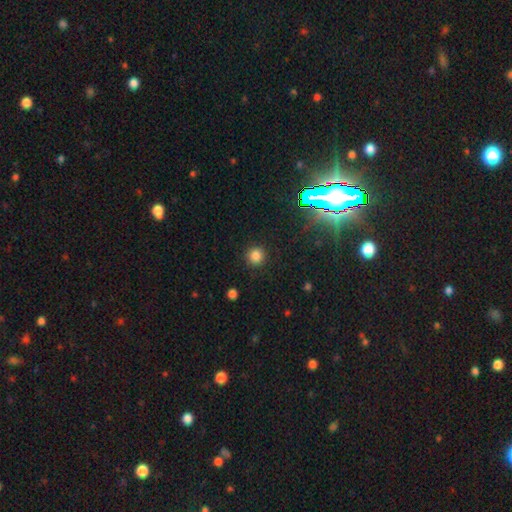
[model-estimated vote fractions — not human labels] A smooth galaxy with no disk features (82%) that is round (93%).

Vote fractions:
- Smooth or featured? smooth: 82% / star or artifact: 14% / featured or disk: 4%
- How rounded? round: 93% / in between: 6% / cigar-shaped: 1%
- Merging? none: 90% / minor disturbance: 6% / major disturbance: 3% / merger: 1%